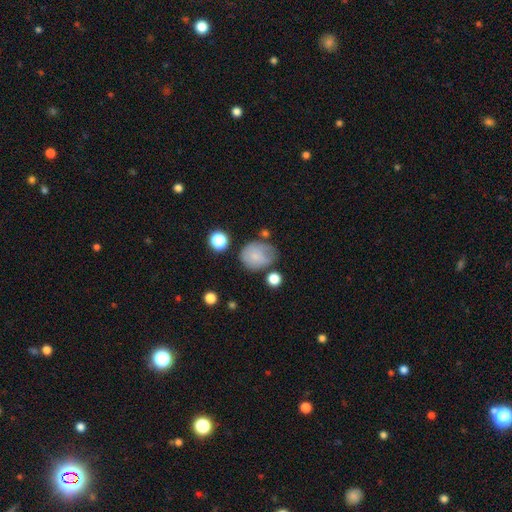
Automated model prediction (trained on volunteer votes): A smooth galaxy with no disk features (74%) that is round (61%).

Vote fractions:
- Smooth or featured? smooth: 74% / featured or disk: 16% / star or artifact: 10%
- How rounded? round: 61% / in between: 38% / cigar-shaped: 1%
- Merging? none: 47% / minor disturbance: 30% / major disturbance: 15% / merger: 7%